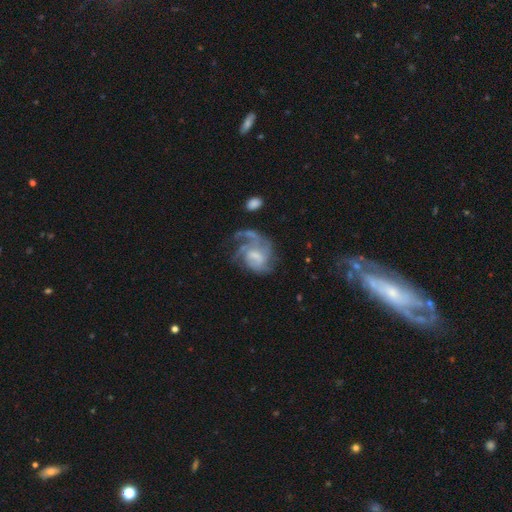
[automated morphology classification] This appears to be a featured or disk galaxy (76%) with a weak bar (48%), medium (42%) spiral arms (85%) and a moderate central bulge (34%, tied with small). Merging: none (37%, tied with major disturbance).